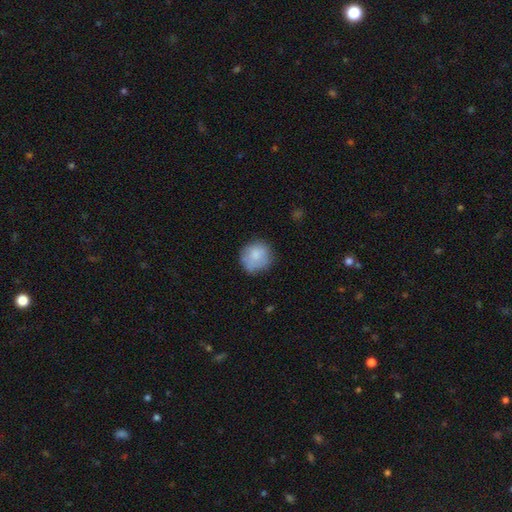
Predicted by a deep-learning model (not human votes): A smooth galaxy with no disk features (79%) that is round (88%). Merging: none (70%).